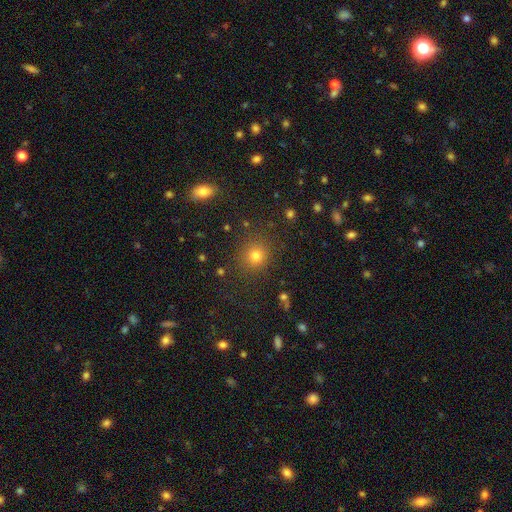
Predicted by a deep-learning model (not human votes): smooth_or_featured: smooth (p=0.76) [alt: star or artifact p=0.17]
how_rounded: round (p=0.87) [alt: in between p=0.12]
merging: none (p=0.87) [alt: minor disturbance p=0.07]